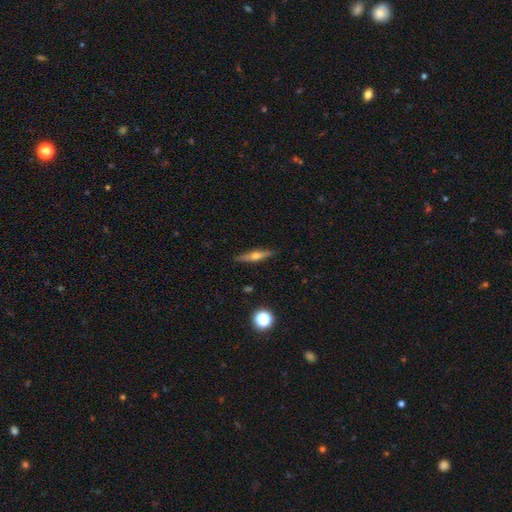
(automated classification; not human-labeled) smooth-or-featured: featured or disk: 58% | smooth: 34% | star or artifact: 8%
  disk-edge-on: yes: 95% | no: 5%
    edge-on-bulge: rounded: 91% | none: 5% | boxy: 4%
  merging: none: 88% | minor disturbance: 9% | major disturbance: 2% | merger: 1%